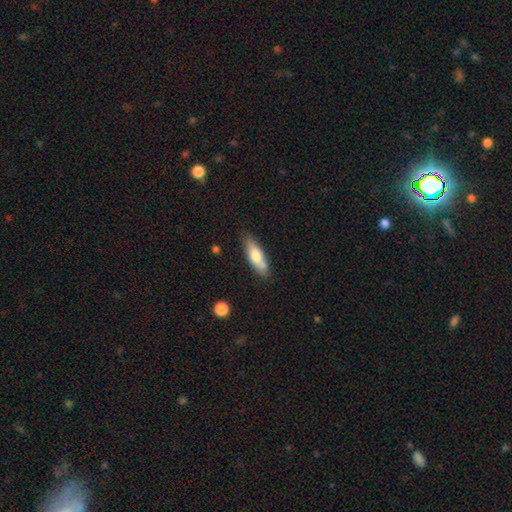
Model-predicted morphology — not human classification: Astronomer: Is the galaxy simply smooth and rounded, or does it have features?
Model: smooth — 69%.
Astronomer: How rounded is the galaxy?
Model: in between — 56% (runner-up: cigar-shaped, 42%).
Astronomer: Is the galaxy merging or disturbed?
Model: none — 70%.